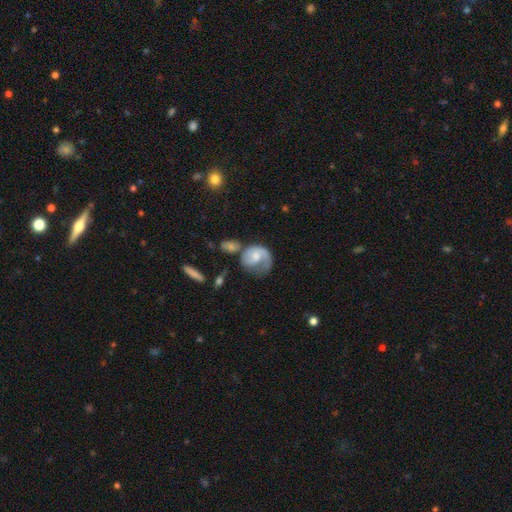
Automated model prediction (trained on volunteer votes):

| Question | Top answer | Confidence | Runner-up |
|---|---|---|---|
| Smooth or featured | featured or disk | 57% | smooth (37%) |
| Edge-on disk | no | 97% | yes (3%) |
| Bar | no | 67% | weak (28%) |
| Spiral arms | yes | 81% | no (19%) |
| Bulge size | moderate | 47% | small (29%) |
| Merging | major disturbance | 34% | none (33%) |